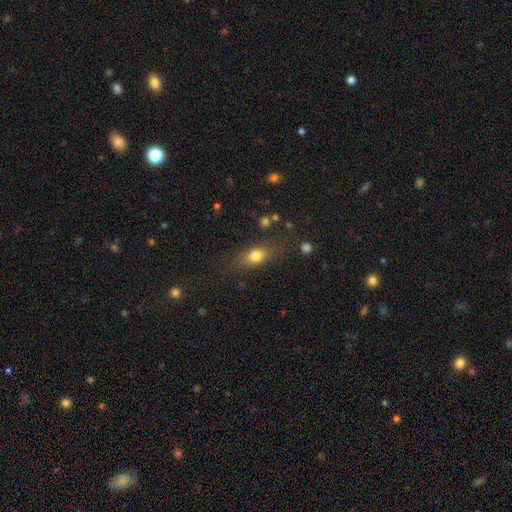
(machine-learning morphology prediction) This is likely a smooth galaxy (76%). How rounded: likely in between (69%). Merging: likely none (73%).